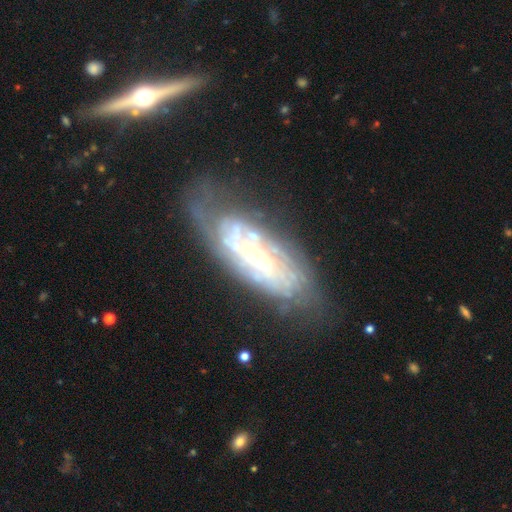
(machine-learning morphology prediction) Q: Smooth or featured?
A: featured or disk (77%); runner-up: smooth (16%)
Q: Edge-on disk?
A: no (87%); runner-up: yes (13%)
Q: Bar?
A: no (56%); runner-up: weak (31%)
Q: Spiral arms?
A: yes (80%); runner-up: no (20%)
Q: Spiral winding?
A: tight (64%); runner-up: medium (27%)
Q: Spiral arm count?
A: can't tell (60%); runner-up: 2 (17%)
Q: Bulge size?
A: small (61%); runner-up: moderate (24%)
Q: Merging?
A: none (55%); runner-up: minor disturbance (24%)